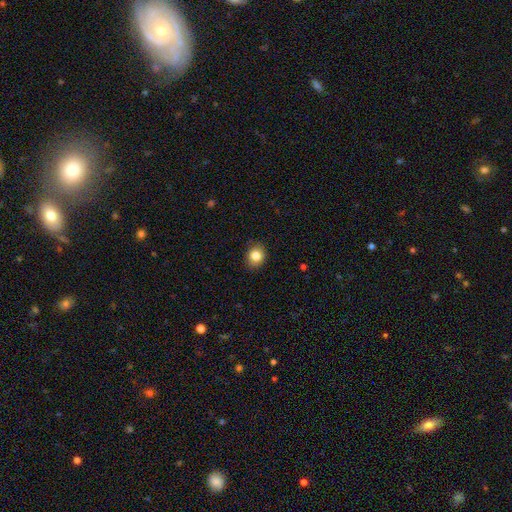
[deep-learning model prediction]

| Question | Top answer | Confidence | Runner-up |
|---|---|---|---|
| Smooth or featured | smooth | 84% | star or artifact (10%) |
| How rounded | round | 66% | in between (33%) |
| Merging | none | 88% | minor disturbance (9%) |